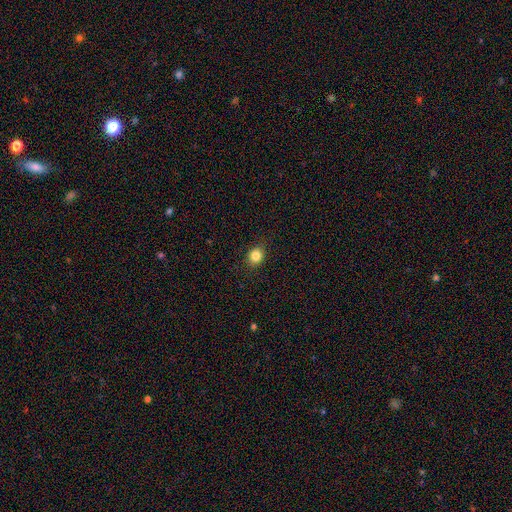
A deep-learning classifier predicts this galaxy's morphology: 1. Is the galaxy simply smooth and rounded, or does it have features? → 83% smooth, 11% star or artifact, 6% featured or disk.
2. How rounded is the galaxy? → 65% round, 34% in between, 1% cigar-shaped.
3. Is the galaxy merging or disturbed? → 88% none, 9% minor disturbance, 2% major disturbance, 1% merger.